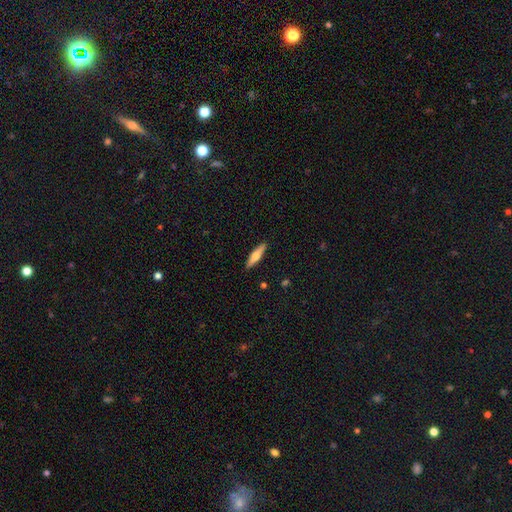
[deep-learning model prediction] Q: Smooth or featured?
A: smooth (51%); runner-up: featured or disk (43%)
Q: How rounded?
A: cigar-shaped (76%); runner-up: in between (22%)
Q: Merging?
A: none (90%); runner-up: minor disturbance (7%)